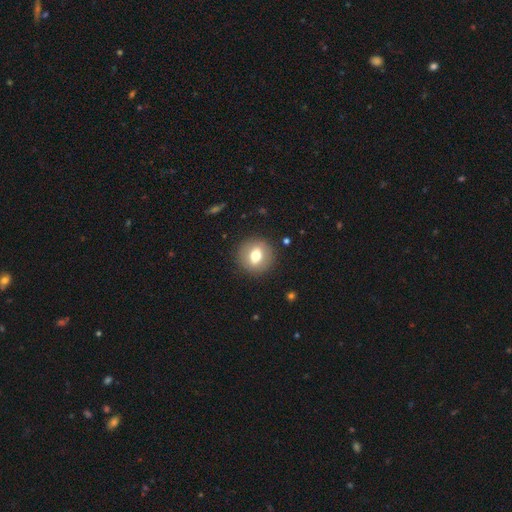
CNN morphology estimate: This is likely a smooth galaxy (66%). How rounded: clearly round (83%). Merging: clearly none (89%).